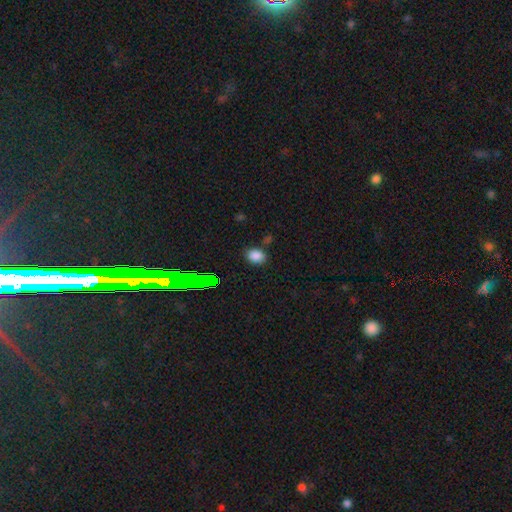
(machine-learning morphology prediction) Overall: smooth (80%). How rounded: in between (61%; round 38%). Merging: none (80%).